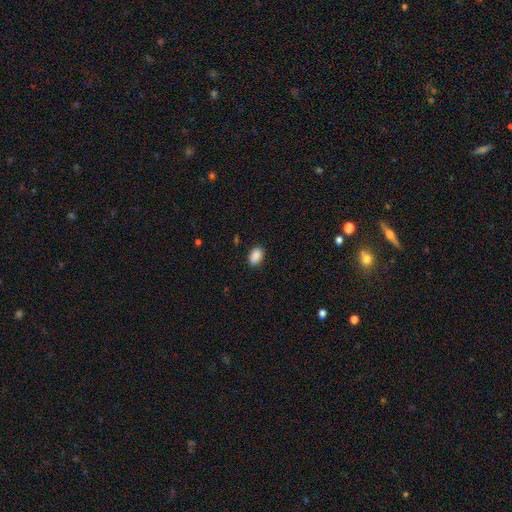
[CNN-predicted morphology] The model was most divided on "how rounded": in between: 85%, round: 13%, cigar-shaped: 1%. More confident: smooth or featured — smooth (90%); merging — none (87%).